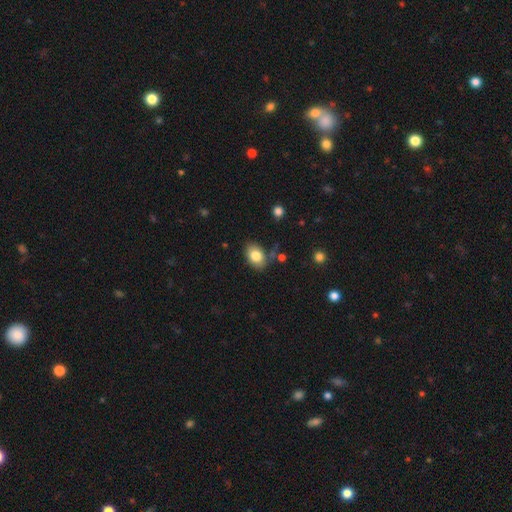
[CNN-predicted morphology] This appears to be a smooth galaxy with no disk features (82%) that is in between round and cigar-shaped (82%). Merging: none (77%).